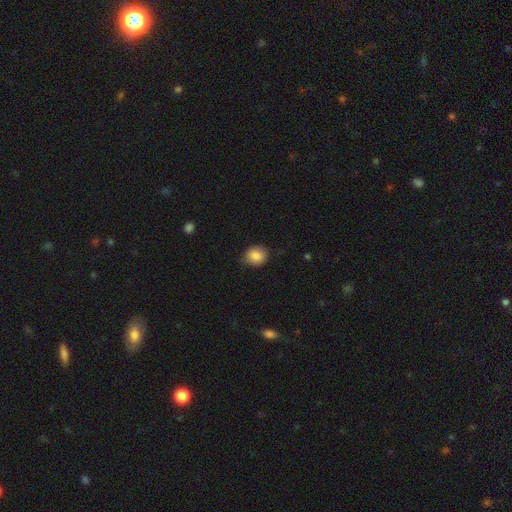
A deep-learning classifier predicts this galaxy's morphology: Smooth or featured?
  - smooth: 85% *
  - star or artifact: 8%
  - featured or disk: 6%
How rounded?
  - round: 69% *
  - in between: 30%
  - cigar-shaped: 1%
Merging?
  - none: 77% *
  - minor disturbance: 19%
  - major disturbance: 3%
  - merger: 1%